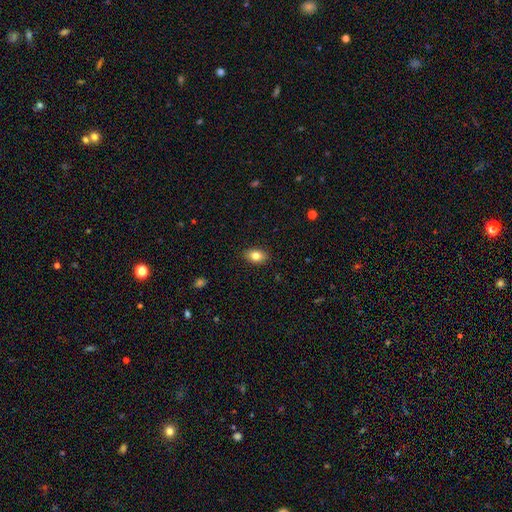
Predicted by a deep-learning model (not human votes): Overall: smooth (83%). How rounded: in between (84%). Merging: none (88%).